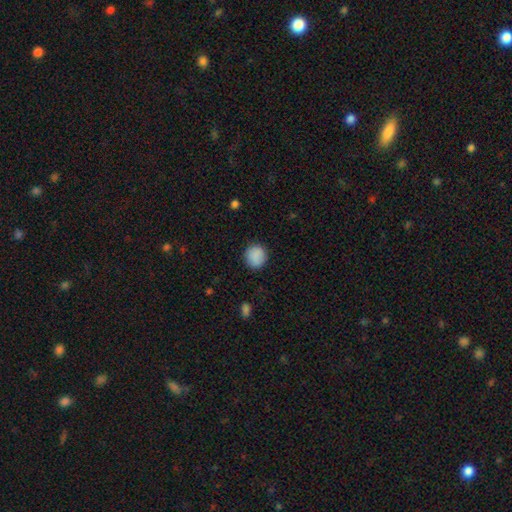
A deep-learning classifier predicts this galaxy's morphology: Overall: smooth (88%). How rounded: round (87%). Merging: none (88%).